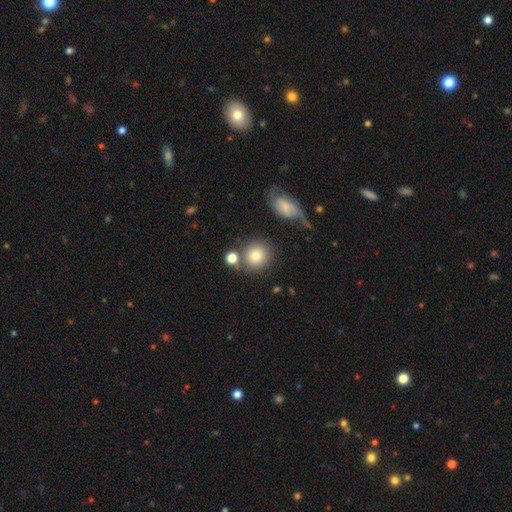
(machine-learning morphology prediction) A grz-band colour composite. It shows a smooth galaxy with no disk features (80%) that is round (86%). Merging: none (66%).